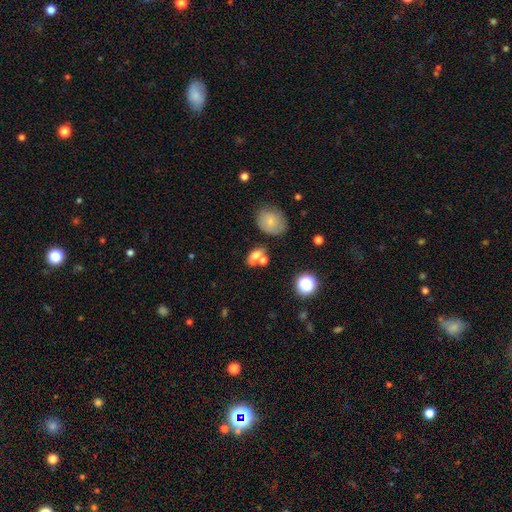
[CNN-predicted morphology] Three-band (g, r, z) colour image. It shows a smooth galaxy with no disk features (65%) that is in between round and cigar-shaped (58%). Merging: merger (42%, tied with none).